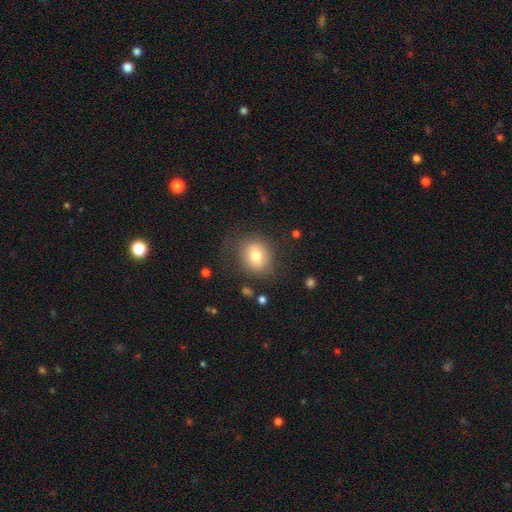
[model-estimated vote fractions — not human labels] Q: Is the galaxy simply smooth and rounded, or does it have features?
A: smooth — 76%.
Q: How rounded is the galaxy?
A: round — 71%.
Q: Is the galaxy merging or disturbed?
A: none — 74%.